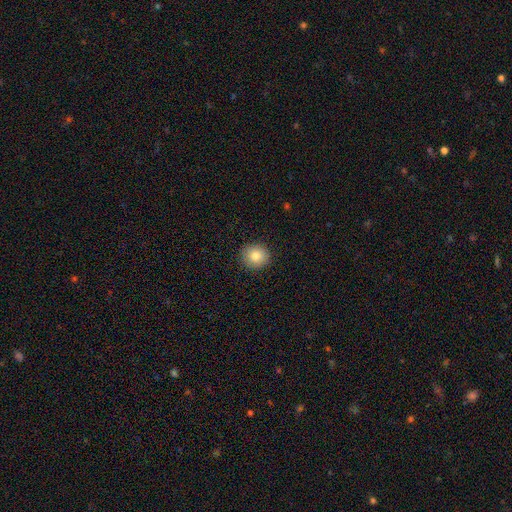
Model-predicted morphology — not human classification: Smooth or featured?
  - smooth: 83% *
  - star or artifact: 9%
  - featured or disk: 8%
How rounded?
  - round: 88% *
  - in between: 11%
  - cigar-shaped: 1%
Merging?
  - none: 91% *
  - minor disturbance: 6%
  - major disturbance: 2%
  - merger: 1%